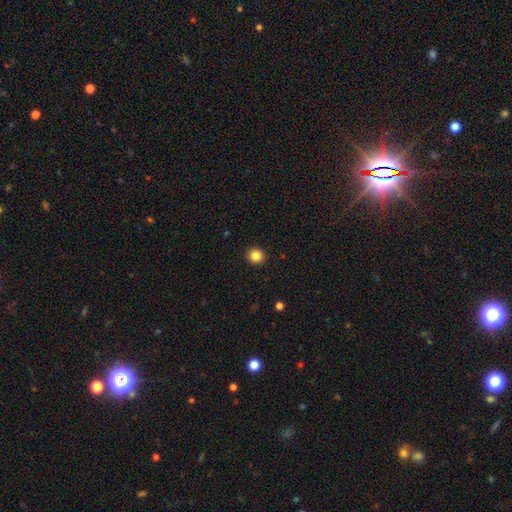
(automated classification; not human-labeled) Smooth or featured? smooth (85%)
How rounded? round (93%)
Merging? none (94%)